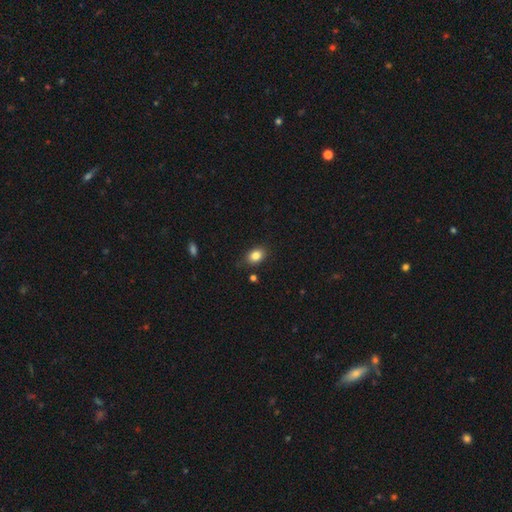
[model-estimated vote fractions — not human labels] This appears to be a smooth galaxy with no disk features (84%) that is in between round and cigar-shaped (76%). Merging: none (83%).